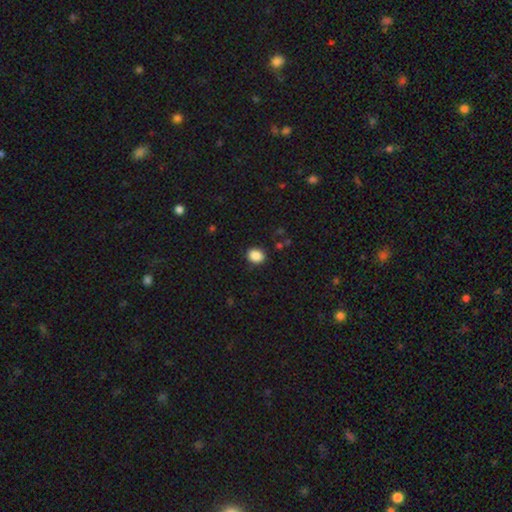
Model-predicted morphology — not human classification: Smooth or featured? smooth (88%)
How rounded? round (57%)
Merging? none (88%)